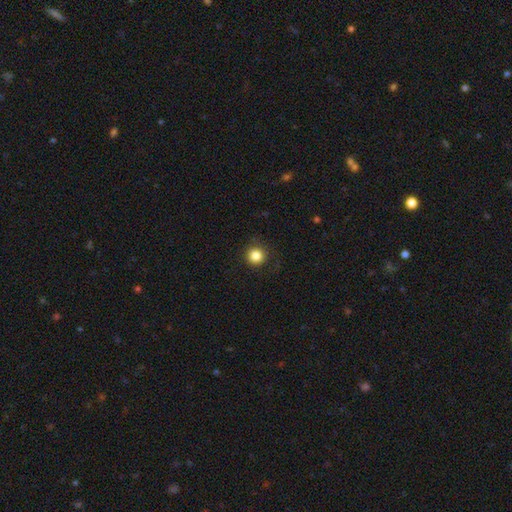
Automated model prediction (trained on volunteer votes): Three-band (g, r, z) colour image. It shows a smooth galaxy with no disk features (85%) that is round (95%). Merging: none (89%).